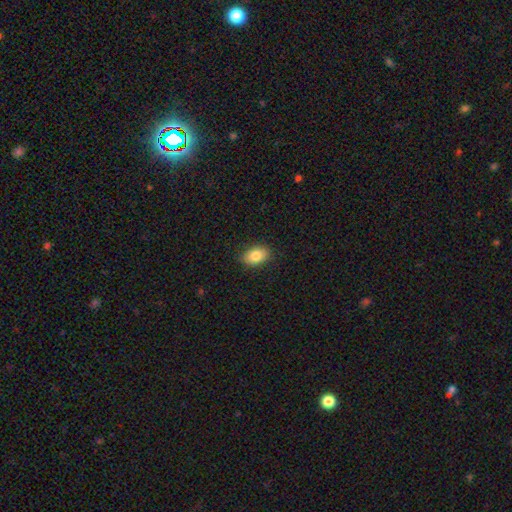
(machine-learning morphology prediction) Smooth or featured: smooth — 84% (featured or disk — 8%)
How rounded: in between — 87% (round — 12%)
Merging: none — 87% (minor disturbance — 10%)